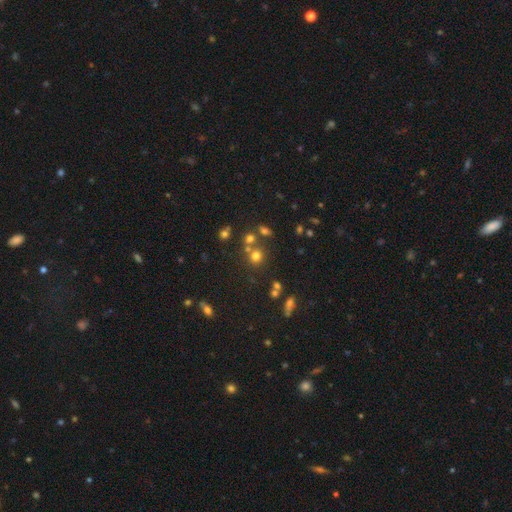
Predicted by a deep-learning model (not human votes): Smooth or featured? Predicted: smooth (p=0.66). How rounded? Predicted: round (p=0.85). Merging? Predicted: none (p=0.65).